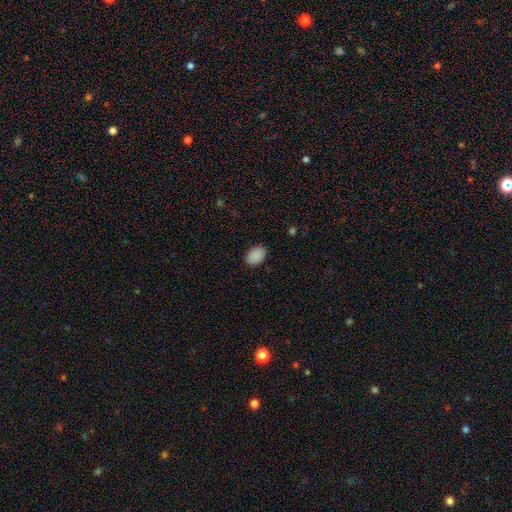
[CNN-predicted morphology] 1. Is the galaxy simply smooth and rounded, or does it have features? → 90% smooth, 7% star or artifact, 3% featured or disk.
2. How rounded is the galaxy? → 85% in between, 14% round, 1% cigar-shaped.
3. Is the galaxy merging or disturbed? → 87% none, 10% minor disturbance, 2% major disturbance, 1% merger.